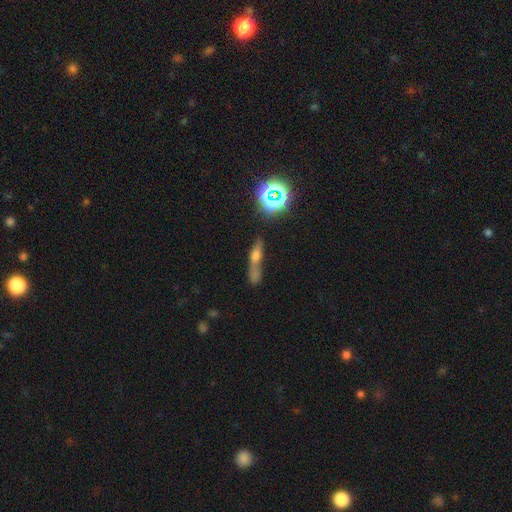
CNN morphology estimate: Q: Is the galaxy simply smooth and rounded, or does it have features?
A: smooth — 45%.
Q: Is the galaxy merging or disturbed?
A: none — 41%.